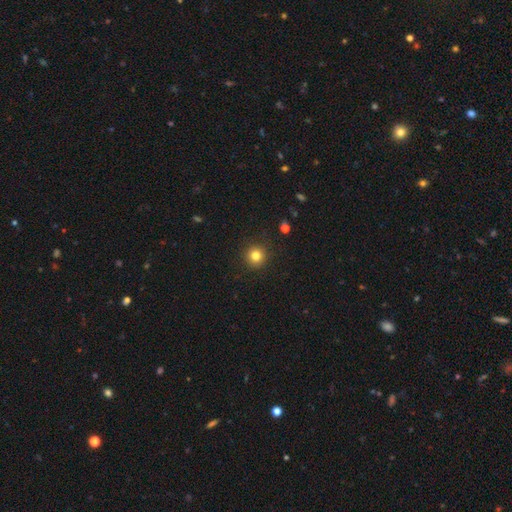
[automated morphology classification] type=smooth (81%); roundness=round (95%); merging=none (92%).